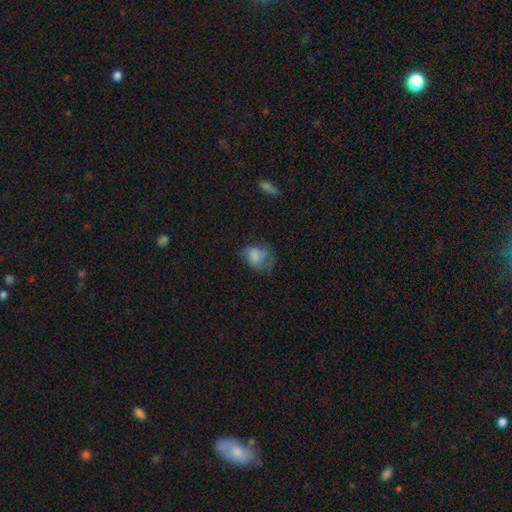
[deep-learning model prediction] This appears to be a smooth galaxy with no disk features (68%) that is in between round and cigar-shaped (55%). Merging: none (41%).